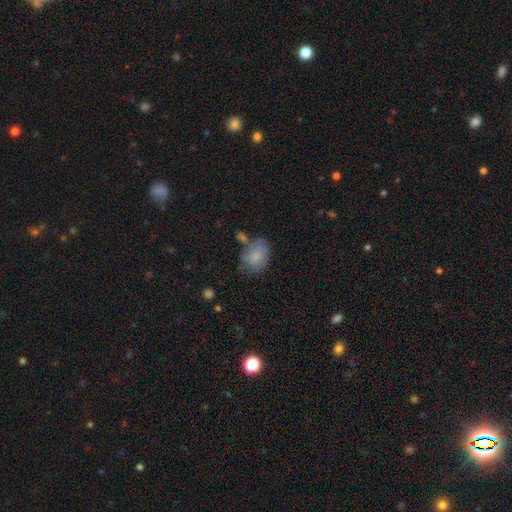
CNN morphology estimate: Smooth or featured: smooth — 75% (featured or disk — 16%)
How rounded: in between — 71% (round — 28%)
Merging: none — 49% (minor disturbance — 27%)